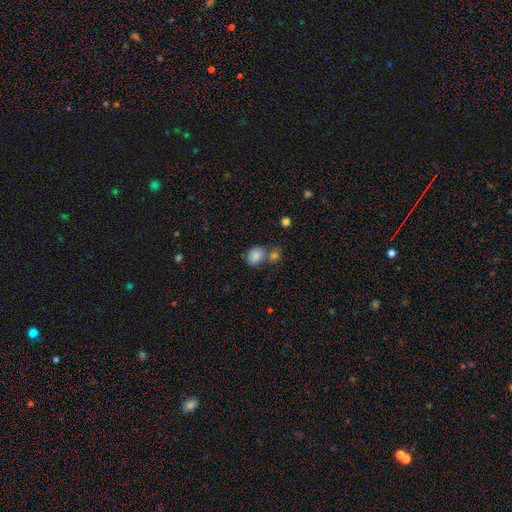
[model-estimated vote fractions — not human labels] This appears to be a smooth galaxy with no disk features (83%) that is in between round and cigar-shaped (60%). Merging: none (46%).